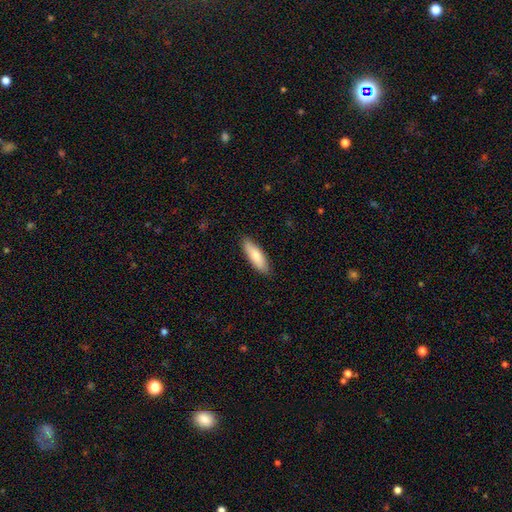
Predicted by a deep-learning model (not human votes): Smooth or featured? Predicted: smooth (p=0.79). How rounded? Predicted: cigar-shaped (p=0.52). Merging? Predicted: none (p=0.87).